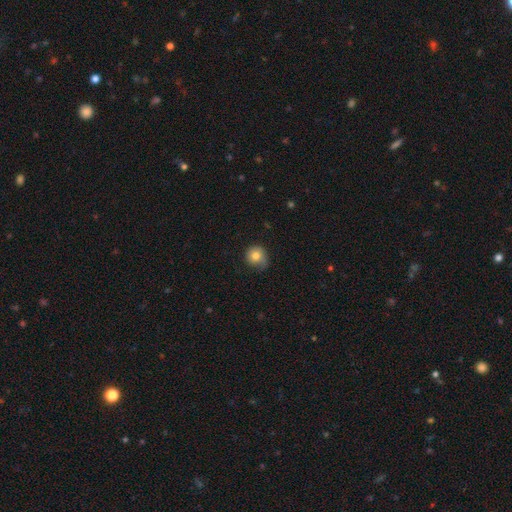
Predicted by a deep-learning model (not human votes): This appears to be a smooth galaxy with no disk features (79%) that is round (86%). Merging: none (57%).